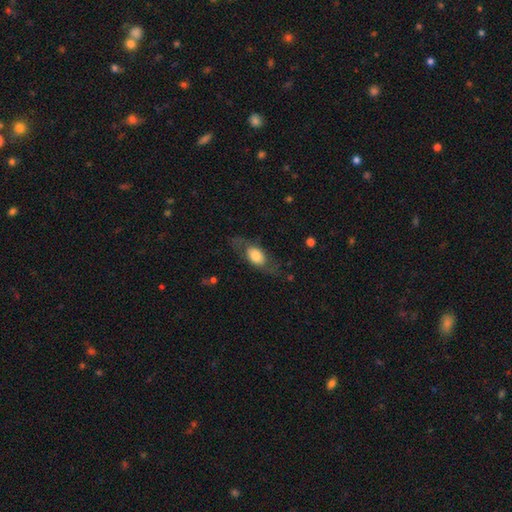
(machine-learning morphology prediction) A smooth galaxy with no disk features (54%) that is in between round and cigar-shaped (78%).

Vote fractions:
- Smooth or featured? smooth: 54% / featured or disk: 39% / star or artifact: 6%
- How rounded? in between: 78% / round: 12% / cigar-shaped: 9%
- Merging? none: 66% / minor disturbance: 18% / major disturbance: 15% / merger: 2%